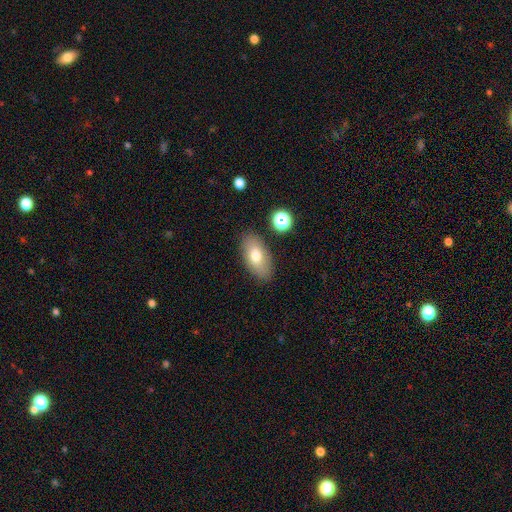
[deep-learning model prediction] A smooth galaxy with no disk features (73%) that is in between round and cigar-shaped (91%). Merging: none (84%).